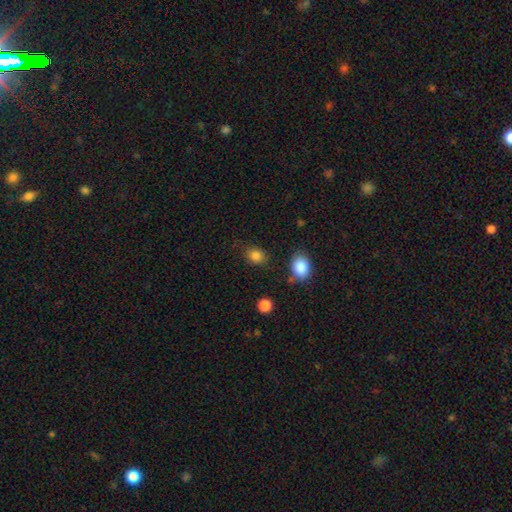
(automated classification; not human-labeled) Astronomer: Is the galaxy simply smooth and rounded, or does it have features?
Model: smooth — 84%.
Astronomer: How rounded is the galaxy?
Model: in between — 49%, tied with round at 49%.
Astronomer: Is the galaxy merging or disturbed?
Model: none — 76%.